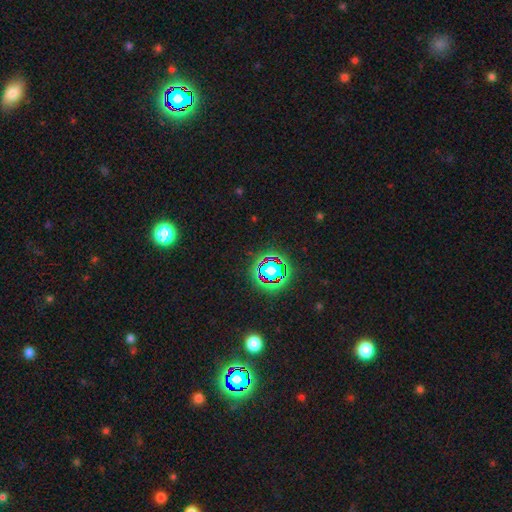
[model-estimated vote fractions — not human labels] Overall: star or artifact (79%).